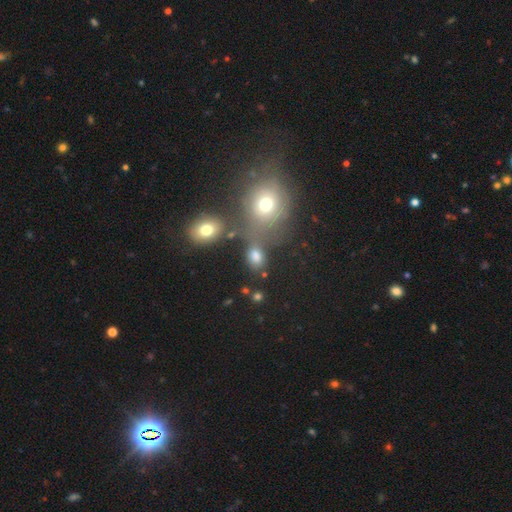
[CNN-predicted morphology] smooth 71%, star or artifact 19%, featured or disk 10%. Down the decision tree: how rounded — round (50%); merging — none (57%).